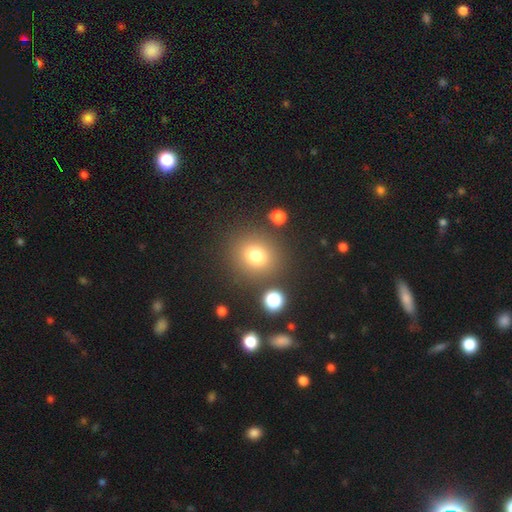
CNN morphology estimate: type=smooth (75%); roundness=round (84%); merging=none (83%).